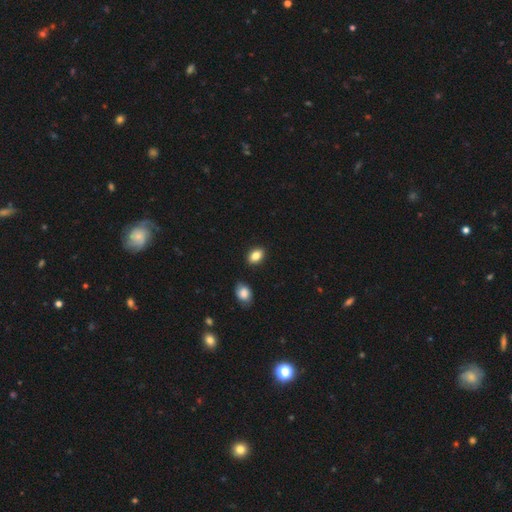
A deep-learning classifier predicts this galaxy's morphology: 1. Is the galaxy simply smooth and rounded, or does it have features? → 84% smooth, 8% star or artifact, 8% featured or disk.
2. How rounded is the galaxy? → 86% in between, 12% round, 2% cigar-shaped.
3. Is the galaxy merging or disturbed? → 87% none, 8% minor disturbance, 3% merger, 2% major disturbance.